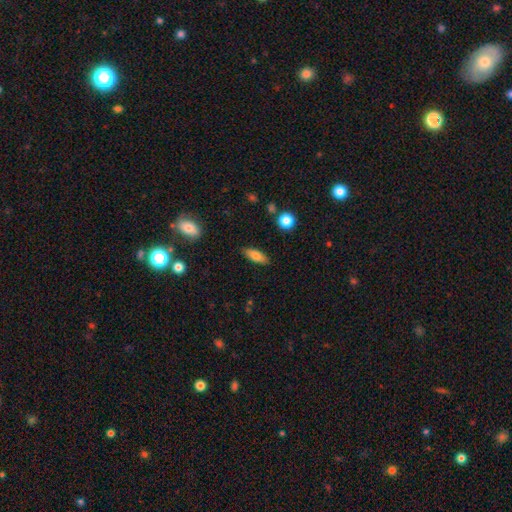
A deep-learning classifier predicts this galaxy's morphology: A smooth galaxy with no disk features (75%) that is in between round and cigar-shaped (65%). Merging: none (85%).